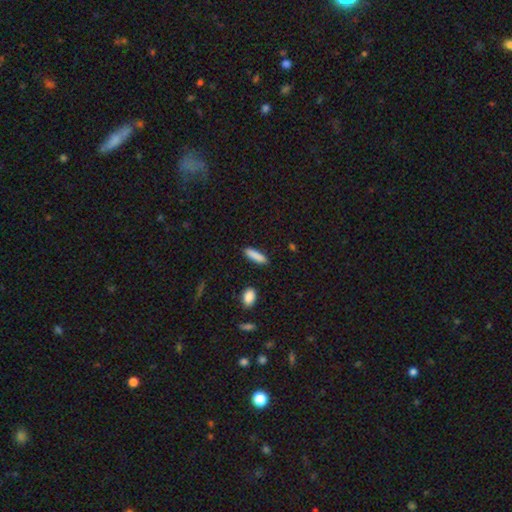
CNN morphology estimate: Smooth or featured: smooth — 87% (featured or disk — 7%)
How rounded: cigar-shaped — 71% (in between — 27%)
Merging: none — 89% (minor disturbance — 8%)